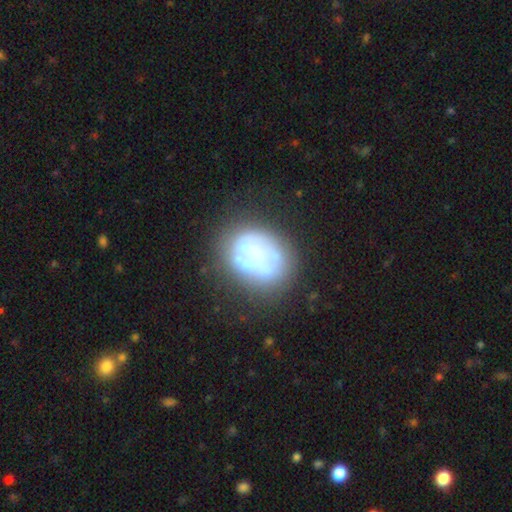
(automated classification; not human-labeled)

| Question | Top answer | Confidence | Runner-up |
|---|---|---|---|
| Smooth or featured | featured or disk | 55% | smooth (34%) |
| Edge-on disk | no | 98% | yes (2%) |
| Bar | no | 90% | weak (7%) |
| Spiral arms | no | 89% | yes (11%) |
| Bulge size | none | 62% | small (15%) |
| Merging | none | 49% | minor disturbance (22%) |